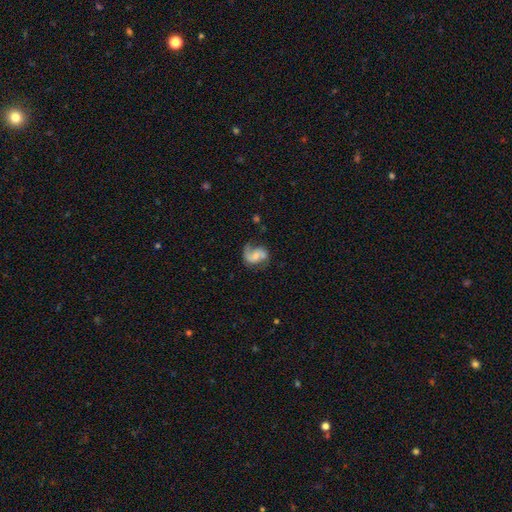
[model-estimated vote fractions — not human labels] Q: Smooth or featured?
A: featured or disk (74%); runner-up: smooth (20%)
Q: Edge-on disk?
A: no (98%); runner-up: yes (2%)
Q: Bar?
A: no (53%); runner-up: weak (36%)
Q: Spiral arms?
A: yes (93%); runner-up: no (7%)
Q: Spiral winding?
A: medium (43%); runner-up: loose (41%)
Q: Spiral arm count?
A: 2 (72%); runner-up: 1 (20%)
Q: Bulge size?
A: small (45%); runner-up: moderate (41%)
Q: Merging?
A: none (57%); runner-up: minor disturbance (23%)